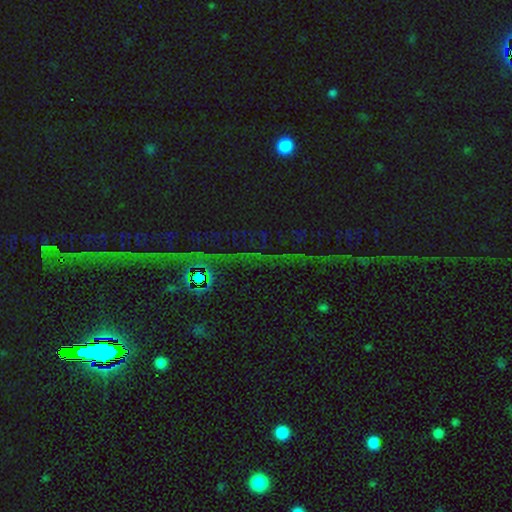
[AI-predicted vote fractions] A star or artifact, not a galaxy (83%).

Vote fractions:
- Smooth or featured? star or artifact: 83% / featured or disk: 9% / smooth: 7%